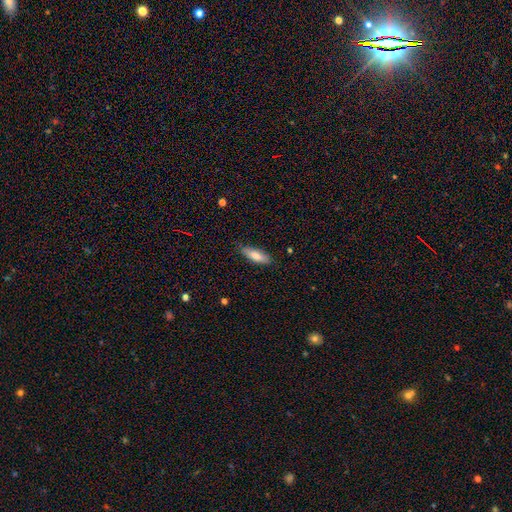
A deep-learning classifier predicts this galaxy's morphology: type=smooth (76%); roundness=in between (57%); merging=none (80%).